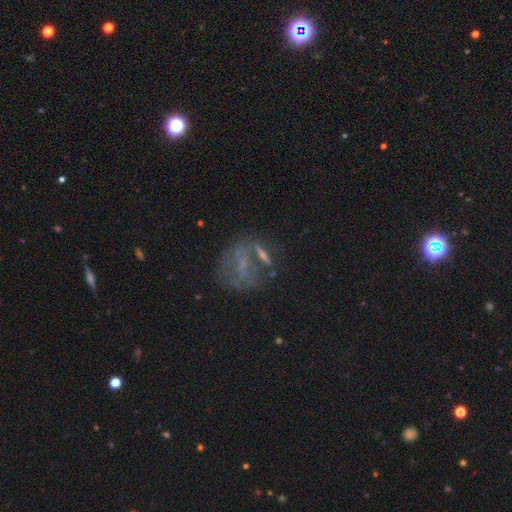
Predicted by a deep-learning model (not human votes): A featured or disk galaxy (49%). Merging: none (54%).